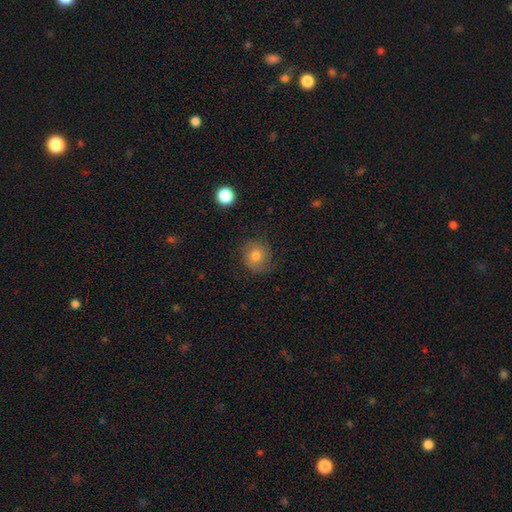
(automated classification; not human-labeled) A smooth galaxy with no disk features (70%) that is round (83%). Merging: none (77%).